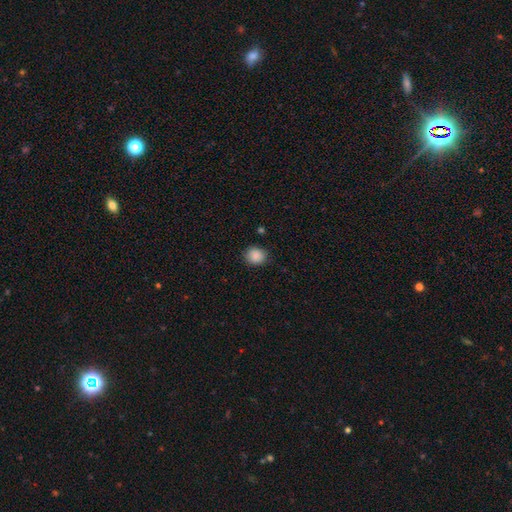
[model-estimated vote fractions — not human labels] Q: Smooth or featured?
A: smooth (88%); runner-up: star or artifact (9%)
Q: How rounded?
A: round (78%); runner-up: in between (21%)
Q: Merging?
A: none (85%); runner-up: minor disturbance (11%)